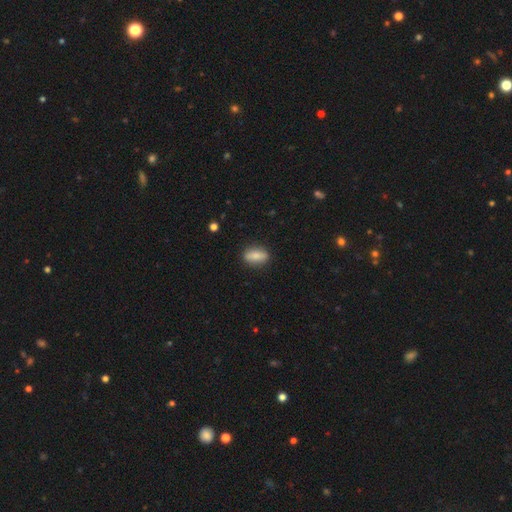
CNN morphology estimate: smooth_or_featured: smooth (p=0.77) [alt: featured or disk p=0.16]
how_rounded: in between (p=0.77) [alt: cigar-shaped p=0.15]
merging: none (p=0.87) [alt: minor disturbance p=0.10]